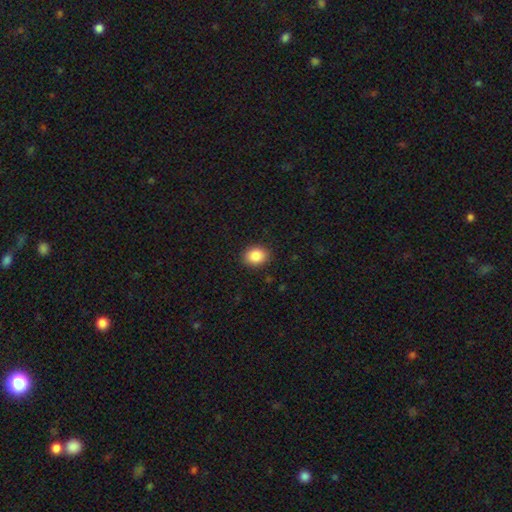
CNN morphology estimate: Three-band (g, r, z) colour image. It shows a smooth galaxy with no disk features (88%) that is in between round and cigar-shaped (54%). Merging: none (88%).